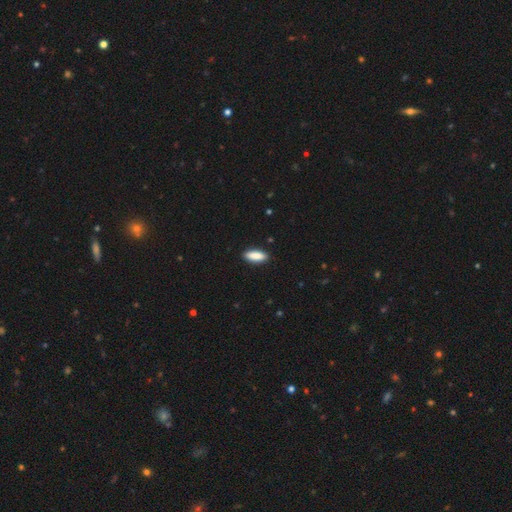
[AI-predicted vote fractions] smooth_or_featured: smooth (p=0.89) [alt: star or artifact p=0.06]
how_rounded: in between (p=0.66) [alt: cigar-shaped p=0.32]
merging: none (p=0.90) [alt: minor disturbance p=0.08]